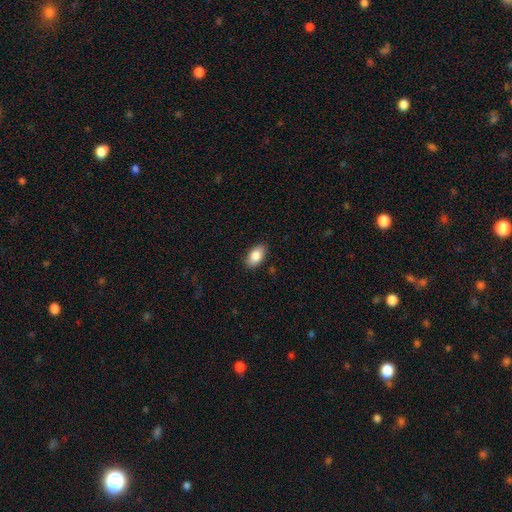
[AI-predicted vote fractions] Smooth or featured?
  - smooth: 85% *
  - featured or disk: 8%
  - star or artifact: 7%
How rounded?
  - in between: 93% *
  - round: 5%
  - cigar-shaped: 2%
Merging?
  - none: 87% *
  - minor disturbance: 10%
  - major disturbance: 2%
  - merger: 1%